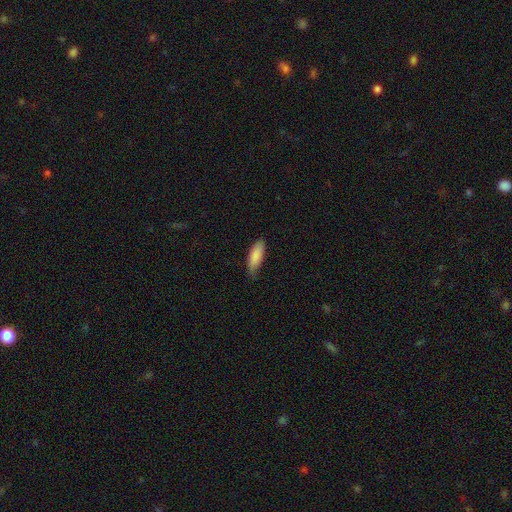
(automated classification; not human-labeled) Smooth or featured?
  - smooth: 87% *
  - featured or disk: 7%
  - star or artifact: 6%
How rounded?
  - in between: 68% *
  - cigar-shaped: 30%
  - round: 2%
Merging?
  - none: 63% *
  - minor disturbance: 31%
  - major disturbance: 4%
  - merger: 1%